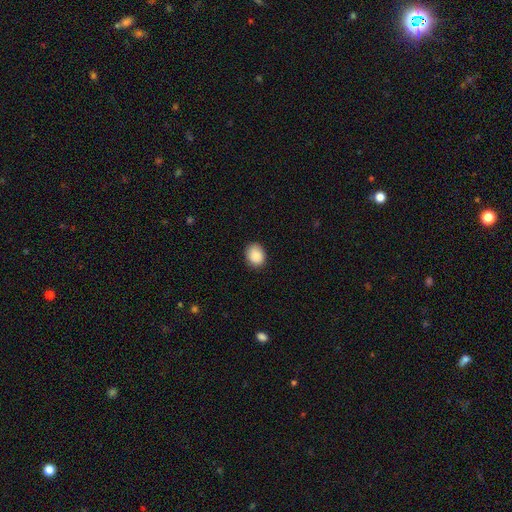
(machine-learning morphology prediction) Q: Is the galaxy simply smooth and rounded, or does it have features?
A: smooth — 90%.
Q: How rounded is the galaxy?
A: in between — 51%.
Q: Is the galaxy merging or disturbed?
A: none — 85%.